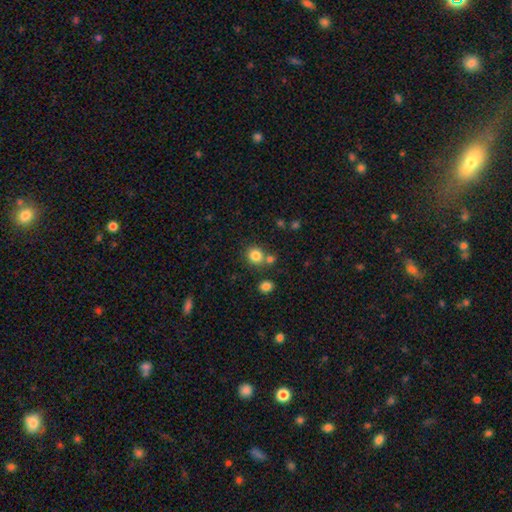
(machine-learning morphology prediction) Smooth or featured? smooth (83%)
How rounded? round (85%)
Merging? none (71%)